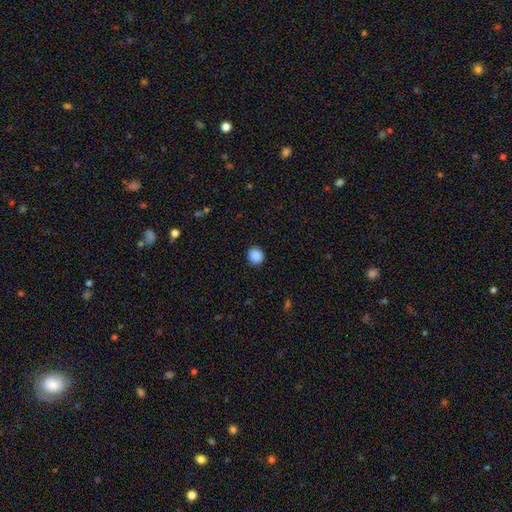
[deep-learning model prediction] Smooth or featured: smooth — 89% (star or artifact — 9%)
How rounded: round — 82% (in between — 17%)
Merging: none — 89% (minor disturbance — 8%)